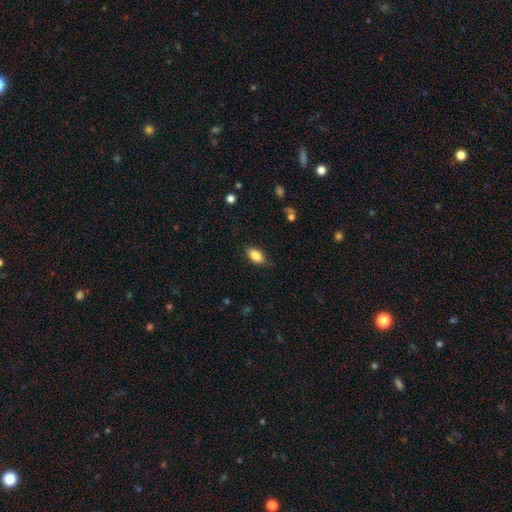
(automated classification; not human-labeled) Q: Smooth or featured?
A: smooth (85%); runner-up: star or artifact (8%)
Q: How rounded?
A: in between (90%); runner-up: cigar-shaped (5%)
Q: Merging?
A: none (82%); runner-up: minor disturbance (14%)